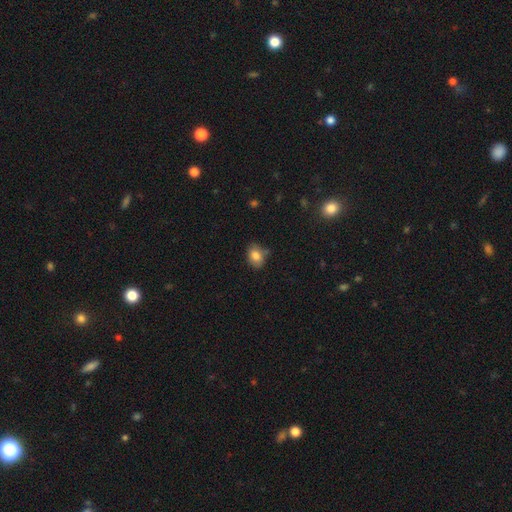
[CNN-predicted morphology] Smooth or featured?
  - smooth: 81% *
  - featured or disk: 10%
  - star or artifact: 9%
How rounded?
  - in between: 72% *
  - round: 27%
  - cigar-shaped: 1%
Merging?
  - none: 70% *
  - minor disturbance: 23%
  - major disturbance: 4%
  - merger: 3%